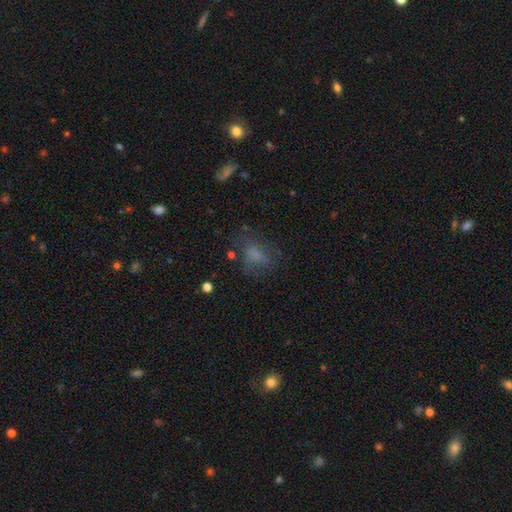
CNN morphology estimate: Smooth or featured?
  - smooth: 63% *
  - featured or disk: 22%
  - star or artifact: 16%
How rounded?
  - in between: 73% *
  - round: 22%
  - cigar-shaped: 5%
Merging?
  - none: 53% *
  - minor disturbance: 22%
  - major disturbance: 22%
  - merger: 3%